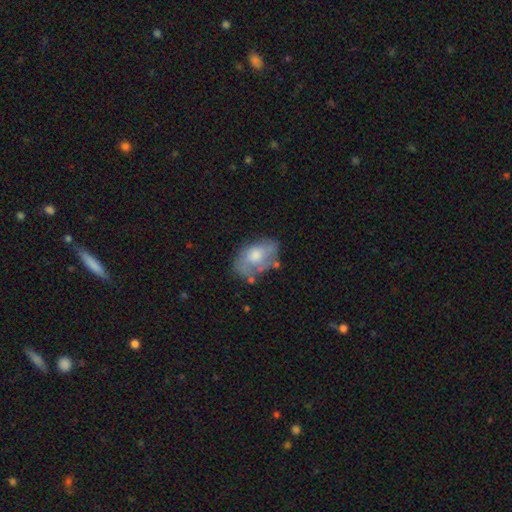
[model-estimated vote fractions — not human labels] Smooth or featured? Predicted: smooth (p=0.56). How rounded? Predicted: in between (p=0.88). Merging? Predicted: none (p=0.50).